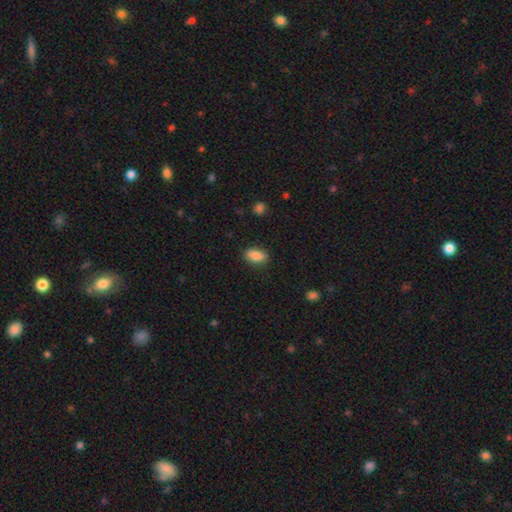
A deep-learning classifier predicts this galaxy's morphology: smooth 85%, star or artifact 8%, featured or disk 7%. Down the decision tree: how rounded — in between (89%); merging — none (86%).